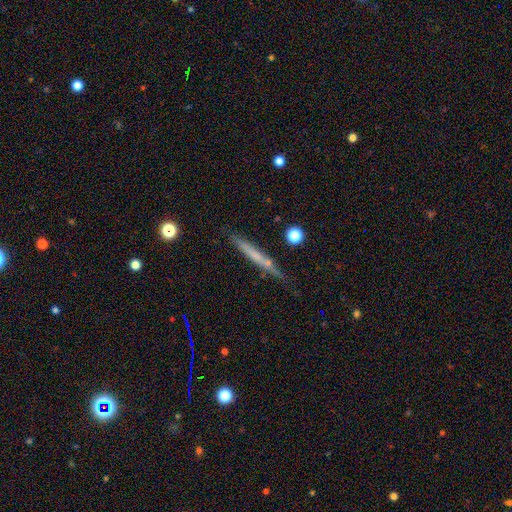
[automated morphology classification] smooth 49%, featured or disk 44%, star or artifact 8%. Down the decision tree: merging — none (81%).